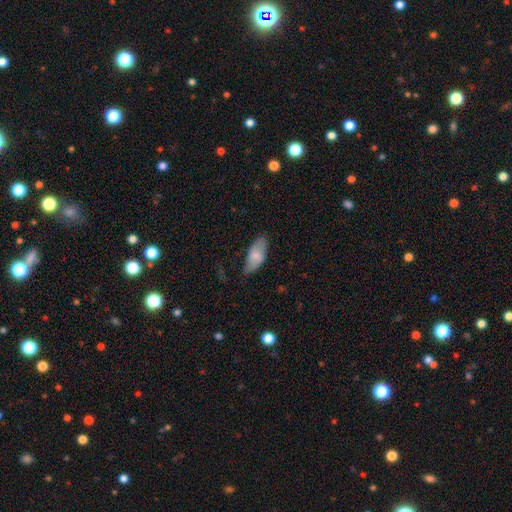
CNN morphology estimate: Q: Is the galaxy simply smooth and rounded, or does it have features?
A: smooth — 74%.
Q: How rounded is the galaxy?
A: in between — 88%.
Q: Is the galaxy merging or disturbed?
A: none — 64%.